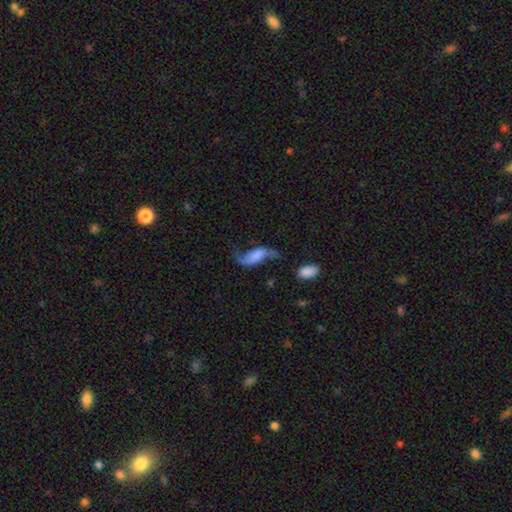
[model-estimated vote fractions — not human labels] smooth-or-featured: featured or disk: 67% | smooth: 24% | star or artifact: 9%
  disk-edge-on: no: 94% | yes: 6%
    bar: no: 54% | weak: 30% | strong: 17%
    has-spiral-arms: yes: 90% | no: 10%
      spiral-winding: loose: 89% | medium: 8% | tight: 3%
      spiral-arm-count: 2: 84% | 1: 12% | can't tell: 2% | 3: 1% | 4: 1% | more than 4: 1%
    bulge-size: none: 57% | small: 13% | large: 13% | moderate: 9% | dominant: 8%
  merging: none: 46% | major disturbance: 25% | minor disturbance: 21% | merger: 8%